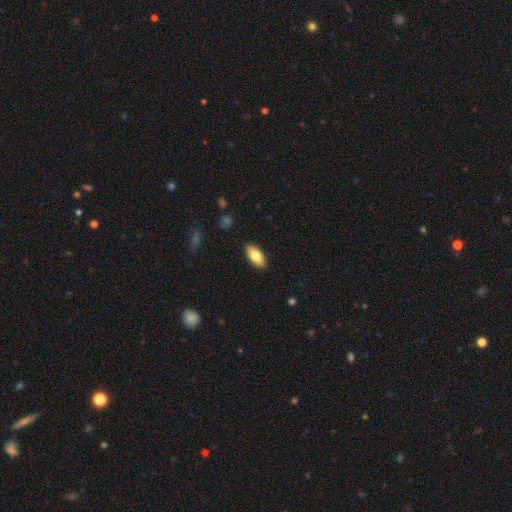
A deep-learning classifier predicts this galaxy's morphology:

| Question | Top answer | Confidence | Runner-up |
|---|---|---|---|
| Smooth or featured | smooth | 80% | featured or disk (14%) |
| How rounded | in between | 91% | cigar-shaped (6%) |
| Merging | none | 89% | minor disturbance (8%) |